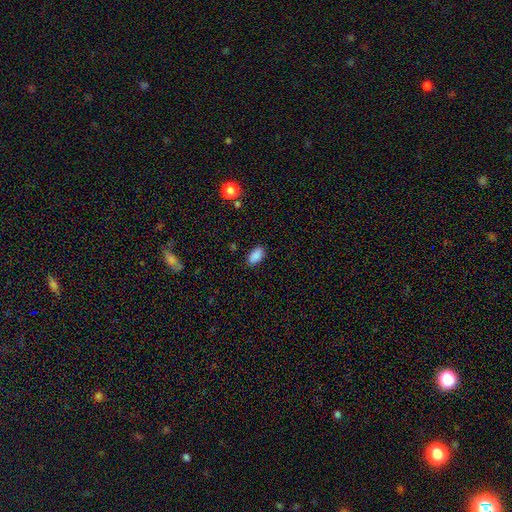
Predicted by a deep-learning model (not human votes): smooth 89%, star or artifact 8%, featured or disk 3%. Down the decision tree: how rounded — in between (93%); merging — none (85%).